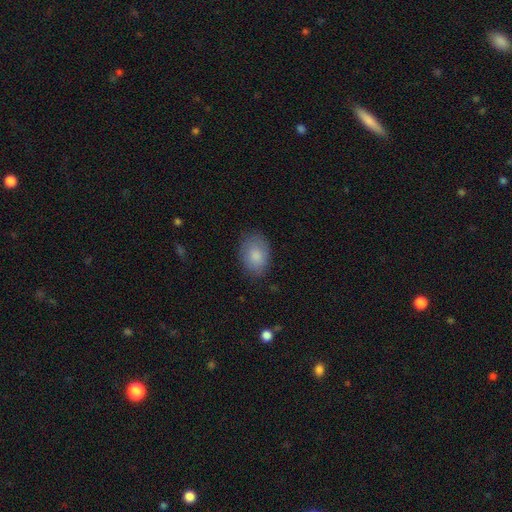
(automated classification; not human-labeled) This is clearly a smooth galaxy (83%). How rounded: likely in between (78%). Merging: likely none (80%).